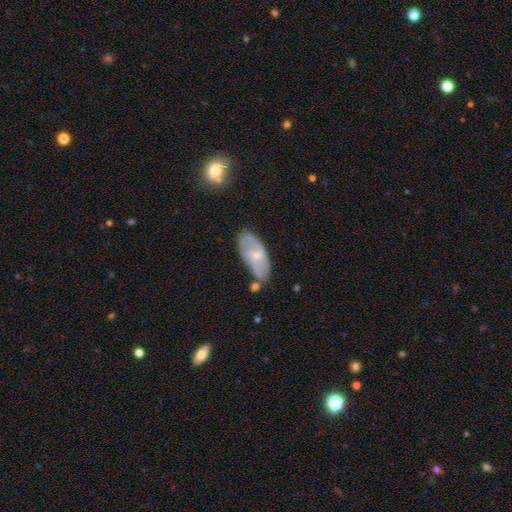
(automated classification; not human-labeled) The model was most divided on "smooth or featured": featured or disk: 57%, smooth: 36%, star or artifact: 7%. More confident: edge-on disk — no (87%); merging — none (58%).